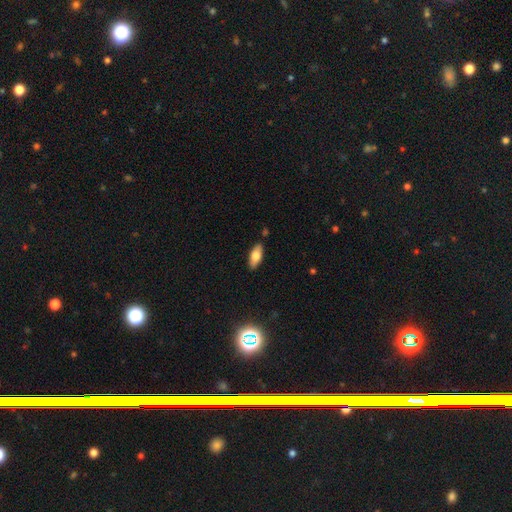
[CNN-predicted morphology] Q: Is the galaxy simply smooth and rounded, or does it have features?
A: smooth — 72%.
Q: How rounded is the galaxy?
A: in between — 80%.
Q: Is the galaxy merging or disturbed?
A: none — 87%.